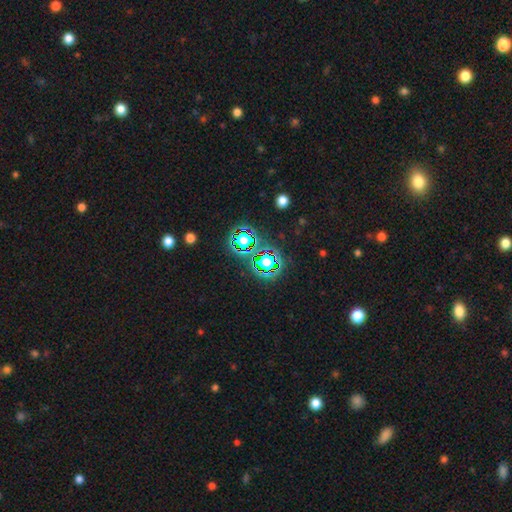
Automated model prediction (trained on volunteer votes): This is likely a star or artifact rather than a galaxy (76%).